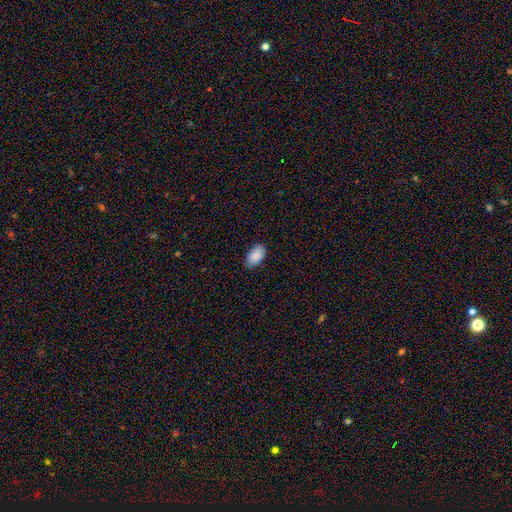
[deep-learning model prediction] smooth 90%, star or artifact 7%, featured or disk 4%. Down the decision tree: how rounded — in between (94%); merging — none (81%).